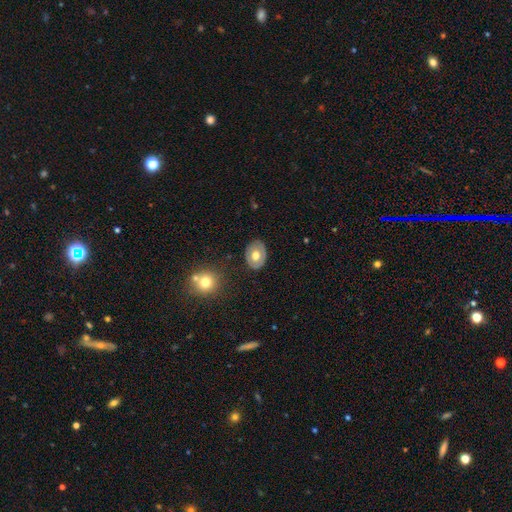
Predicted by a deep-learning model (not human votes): Smooth or featured?
  - smooth: 58% *
  - featured or disk: 35%
  - star or artifact: 7%
How rounded?
  - in between: 65% *
  - round: 34%
  - cigar-shaped: 1%
Merging?
  - none: 83% *
  - minor disturbance: 11%
  - major disturbance: 3%
  - merger: 2%